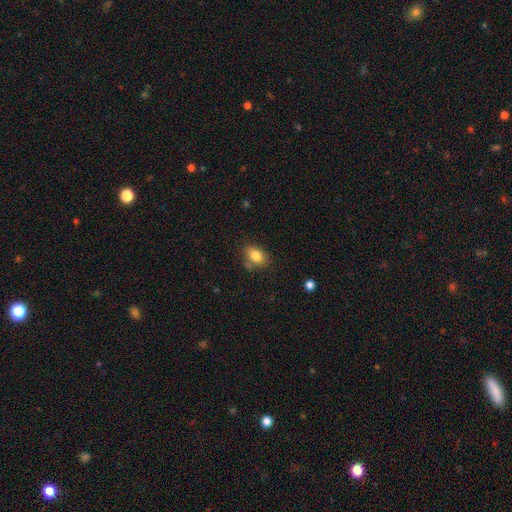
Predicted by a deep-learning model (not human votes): This appears to be a smooth galaxy with no disk features (83%) that is in between round and cigar-shaped (79%). Merging: none (70%).